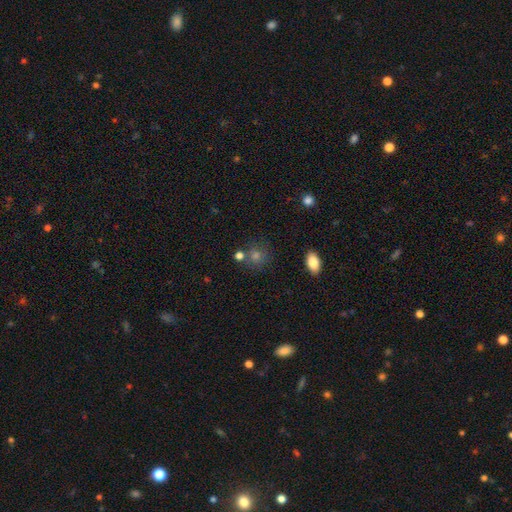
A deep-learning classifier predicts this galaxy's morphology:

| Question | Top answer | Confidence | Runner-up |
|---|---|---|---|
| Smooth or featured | smooth | 66% | star or artifact (21%) |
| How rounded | round | 83% | in between (15%) |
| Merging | none | 72% | merger (13%) |